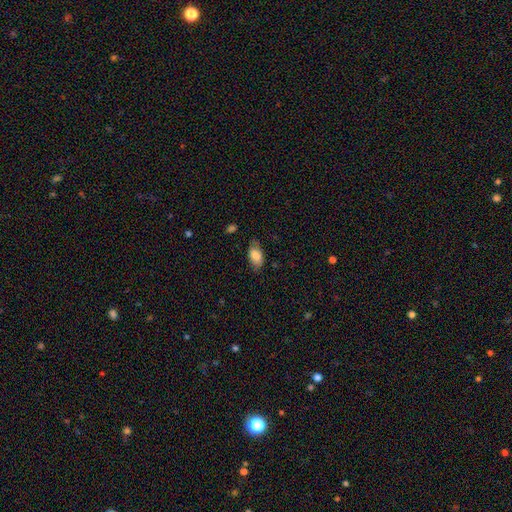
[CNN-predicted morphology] smooth 80%, featured or disk 13%, star or artifact 7%. Down the decision tree: how rounded — in between (92%); merging — none (70%).